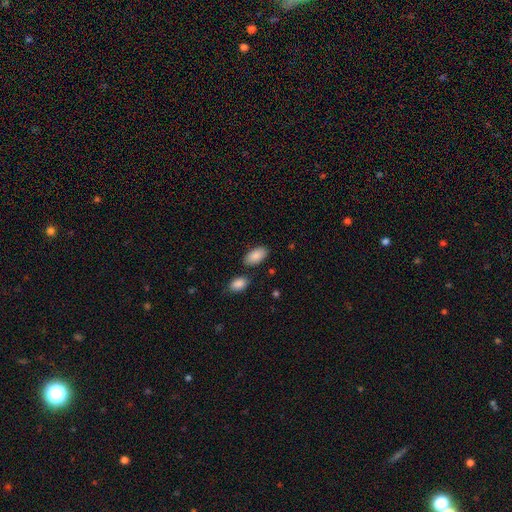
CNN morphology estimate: This appears to be a smooth galaxy with no disk features (88%) that is in between round and cigar-shaped (95%). Merging: none (79%).